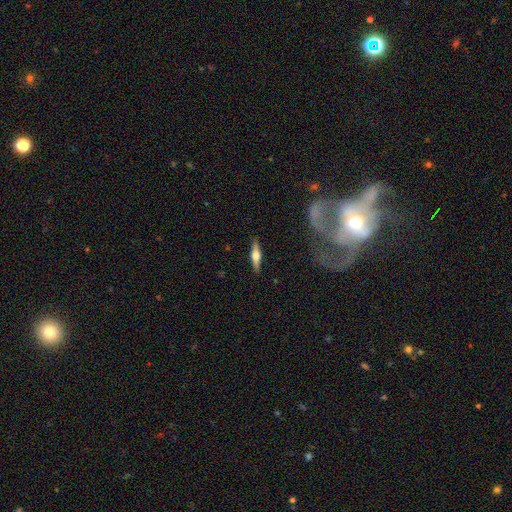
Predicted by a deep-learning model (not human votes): smooth_or_featured: featured or disk (p=0.66) [alt: smooth p=0.28]
disk_edge_on: yes (p=0.96) [alt: no p=0.04]
edge_on_bulge: rounded (p=0.94) [alt: boxy p=0.04]
merging: none (p=0.89) [alt: minor disturbance p=0.07]